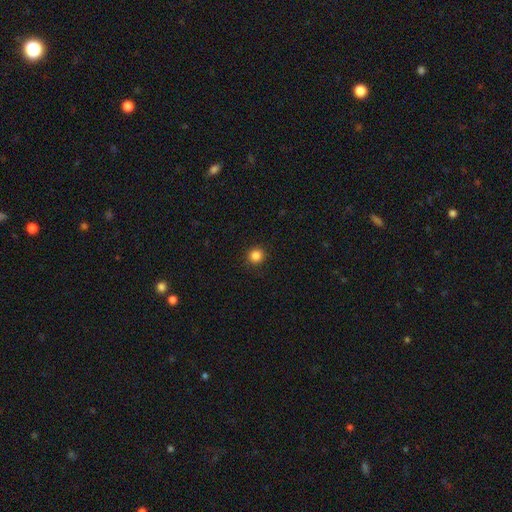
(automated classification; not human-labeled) Morphology: type=smooth (85%); roundness=round (93%); merging=none (92%).